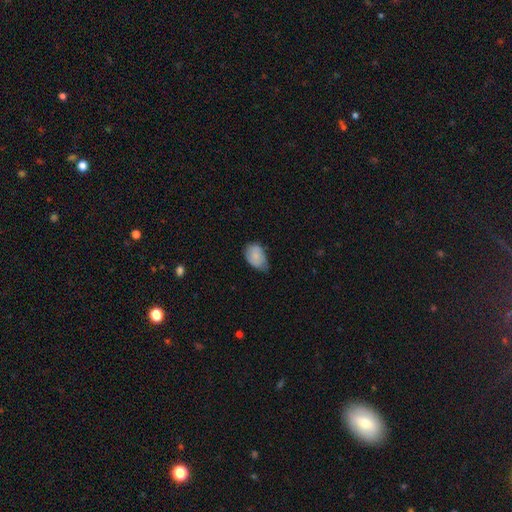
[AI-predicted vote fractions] A smooth galaxy with no disk features (75%) that is in between round and cigar-shaped (87%).

Vote fractions:
- Smooth or featured? smooth: 75% / featured or disk: 19% / star or artifact: 7%
- How rounded? in between: 87% / round: 12% / cigar-shaped: 1%
- Merging? none: 47% / minor disturbance: 43% / major disturbance: 9% / merger: 2%